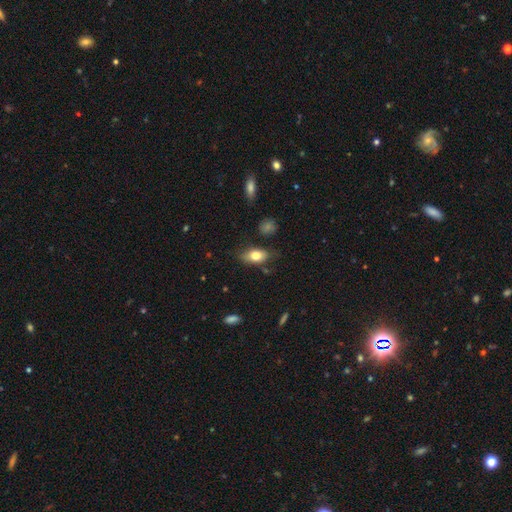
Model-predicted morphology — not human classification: A smooth galaxy with no disk features (76%) that is in between round and cigar-shaped (88%). Merging: none (73%).